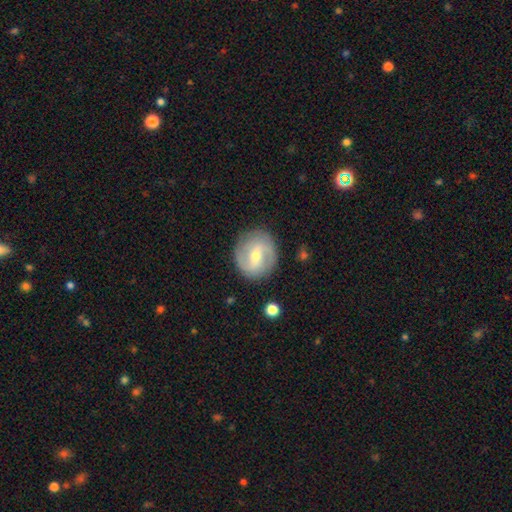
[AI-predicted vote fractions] Smooth or featured?
  - featured or disk: 71% *
  - smooth: 24%
  - star or artifact: 6%
Edge-on disk?
  - no: 97% *
  - yes: 3%
Bar?
  - weak: 50% *
  - strong: 27%
  - no: 23%
Spiral arms?
  - yes: 83% *
  - no: 17%
Spiral winding?
  - medium: 43% *
  - tight: 31%
  - loose: 25%
Spiral arm count?
  - 2: 81% *
  - can't tell: 10%
  - 3: 4%
  - 1: 2%
  - 4: 1%
  - more than 4: 1%
Bulge size?
  - moderate: 54% *
  - small: 42%
  - large: 2%
  - none: 1%
  - dominant: 1%
Merging?
  - none: 85% *
  - minor disturbance: 10%
  - major disturbance: 3%
  - merger: 1%